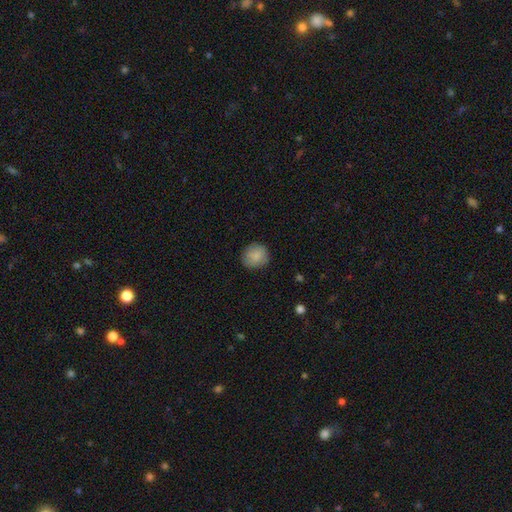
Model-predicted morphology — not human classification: This appears to be a smooth galaxy with no disk features (86%) that is round (88%). Merging: none (85%).